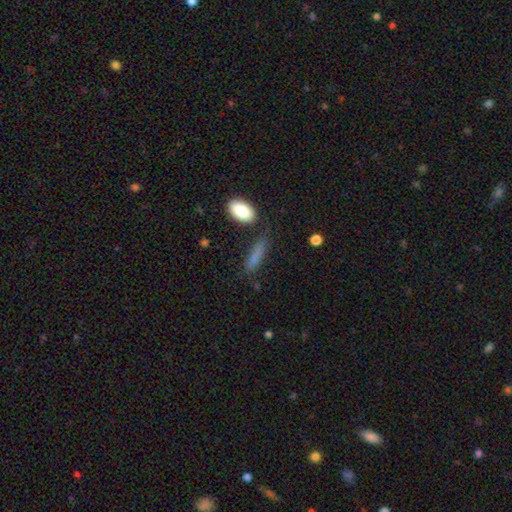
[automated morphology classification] The model was most divided on "how rounded": cigar-shaped: 69%, in between: 27%, round: 4%. More confident: smooth or featured — smooth (77%); merging — none (68%).